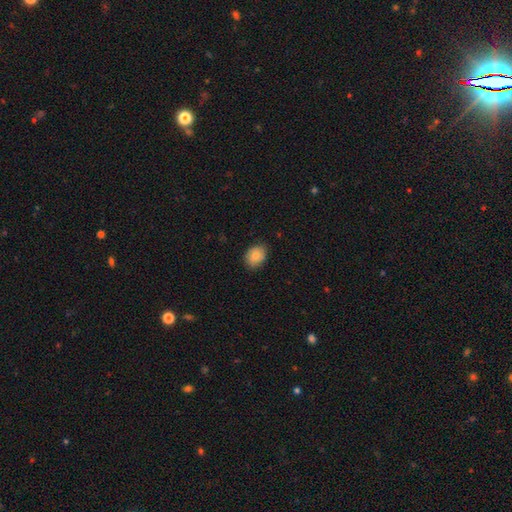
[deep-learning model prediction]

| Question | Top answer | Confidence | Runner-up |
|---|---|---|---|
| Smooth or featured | smooth | 82% | featured or disk (10%) |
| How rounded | in between | 61% | round (38%) |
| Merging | none | 82% | minor disturbance (14%) |